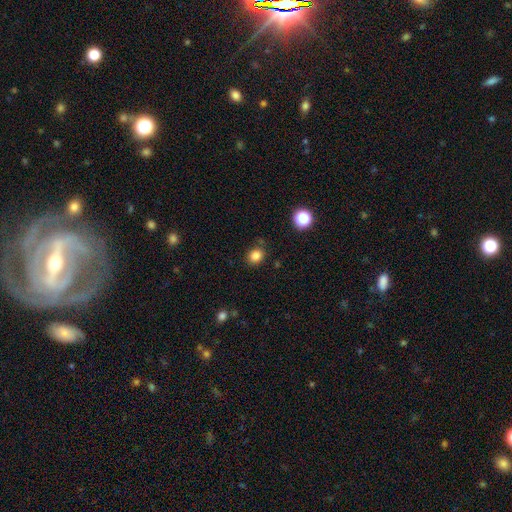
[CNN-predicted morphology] A smooth galaxy with no disk features (83%) that is round (66%). Merging: none (82%).